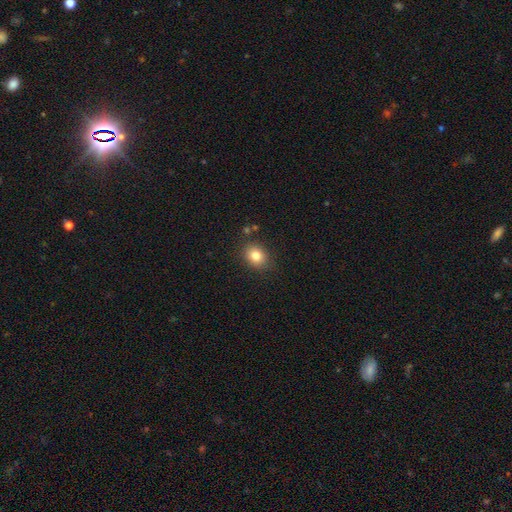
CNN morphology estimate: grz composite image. It shows a smooth galaxy with no disk features (82%) that is round (54%). Merging: none (83%).